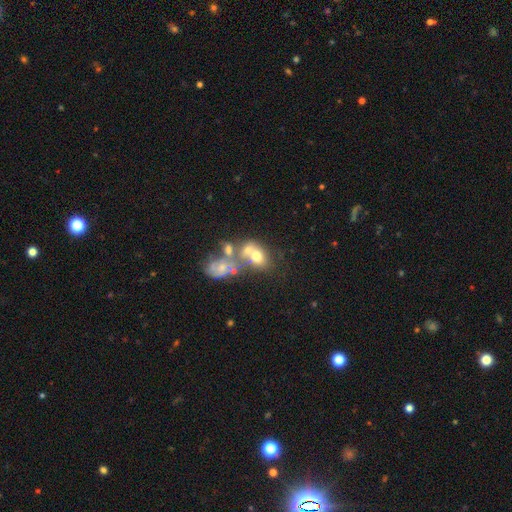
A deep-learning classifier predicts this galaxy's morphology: smooth 50%, featured or disk 35%, star or artifact 14%. Down the decision tree: how rounded — in between (65%); merging — merger (57%).